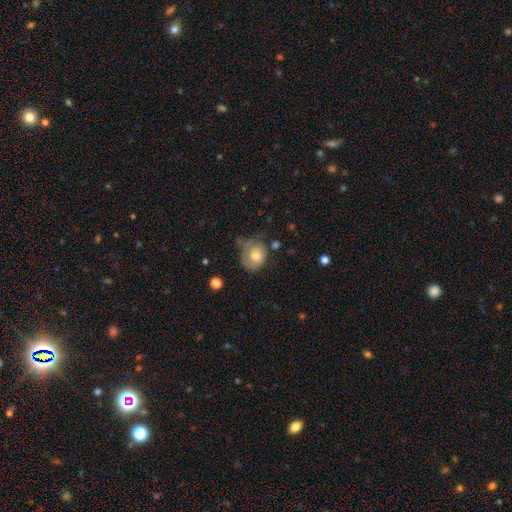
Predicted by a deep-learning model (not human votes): Morphology: type=smooth (64%); roundness=round (66%); merging=none (37%).